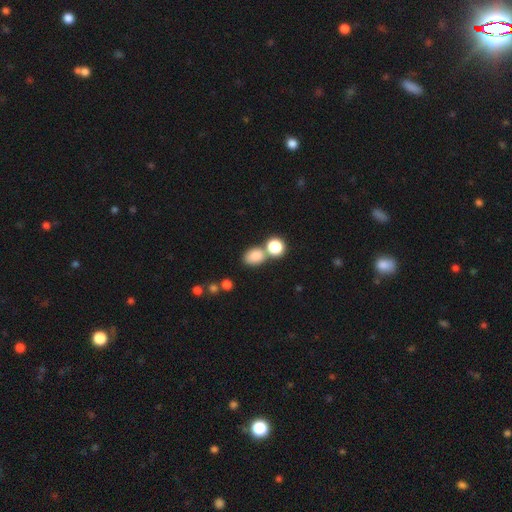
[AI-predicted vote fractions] Overall: smooth (82%). How rounded: in between (65%; round 34%). Merging: none (52%; merger 32%).